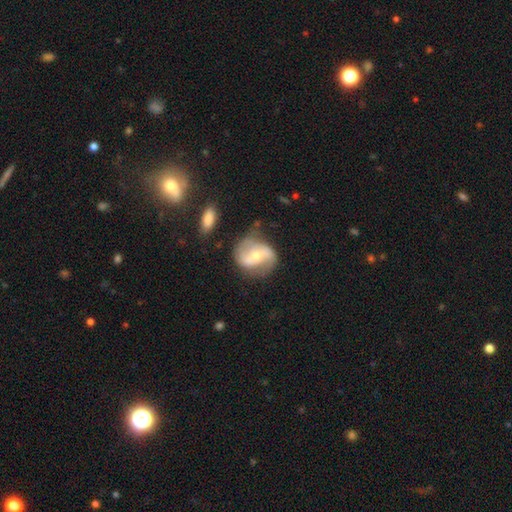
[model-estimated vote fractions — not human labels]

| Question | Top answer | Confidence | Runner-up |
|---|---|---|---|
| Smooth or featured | featured or disk | 78% | smooth (17%) |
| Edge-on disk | no | 96% | yes (4%) |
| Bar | weak | 37% | strong (33%) |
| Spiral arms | yes | 90% | no (10%) |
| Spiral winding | loose | 47% | medium (39%) |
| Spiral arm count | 2 | 89% | can't tell (5%) |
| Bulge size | moderate | 52% | small (43%) |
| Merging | none | 66% | minor disturbance (21%) |